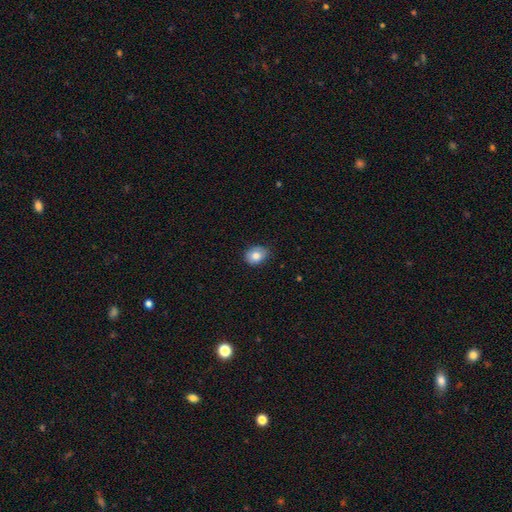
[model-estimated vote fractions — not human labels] A smooth galaxy with no disk features (81%) that is in between round and cigar-shaped (57%). Merging: none (76%).